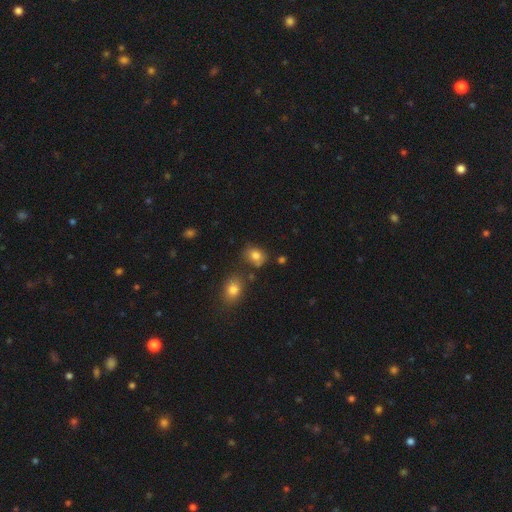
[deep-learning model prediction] Overall: smooth (81%). How rounded: in between (59%; round 40%). Merging: none (67%).